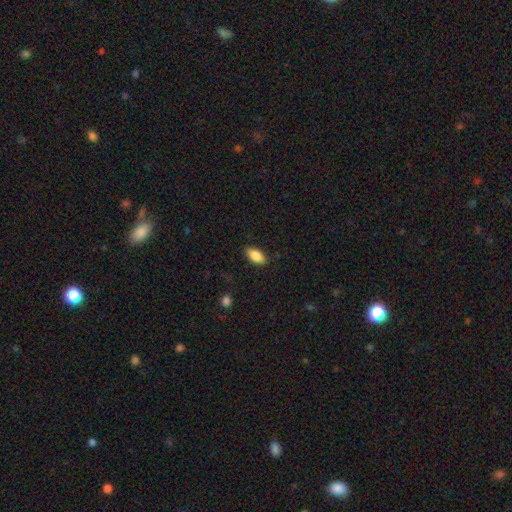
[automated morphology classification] smooth 87%, star or artifact 7%, featured or disk 6%. Down the decision tree: how rounded — in between (91%); merging — none (85%).